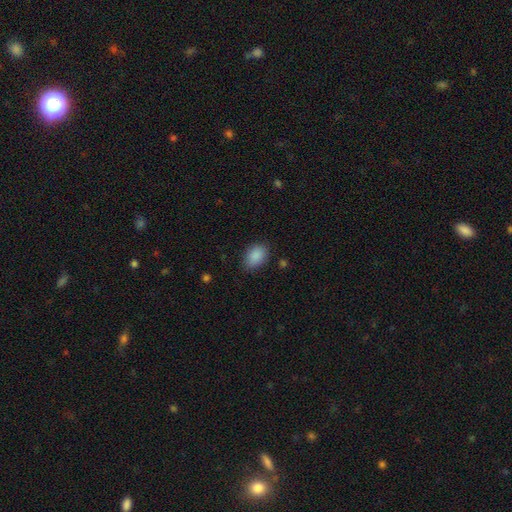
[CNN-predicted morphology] This is clearly a smooth galaxy (89%). How rounded: likely in between (79%). Merging: clearly none (81%).